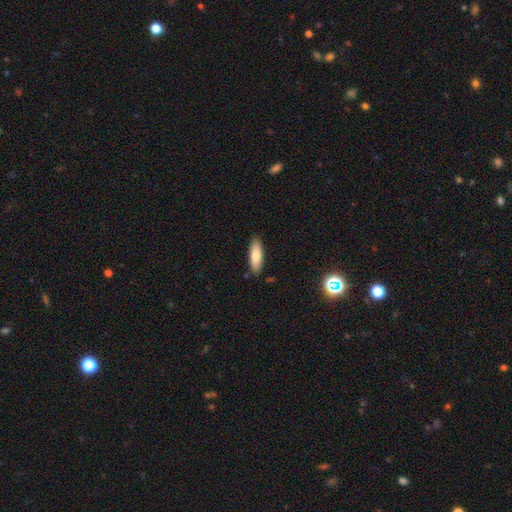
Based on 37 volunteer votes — Smooth or featured: smooth — 68% (featured or disk — 27%)
How rounded: cigar-shaped — 64% (in between — 32%)
Merging: none — 77% (minor disturbance — 20%)